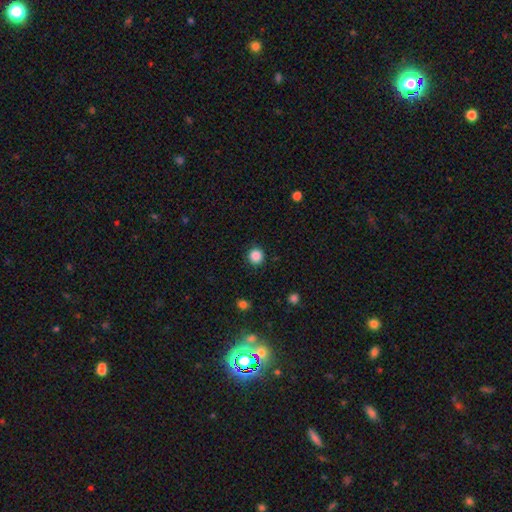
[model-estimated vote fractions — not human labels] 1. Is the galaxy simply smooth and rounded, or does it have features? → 86% smooth, 11% star or artifact, 3% featured or disk.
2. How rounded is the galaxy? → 94% round, 5% in between, 1% cigar-shaped.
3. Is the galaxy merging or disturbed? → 91% none, 6% minor disturbance, 2% major disturbance, 1% merger.